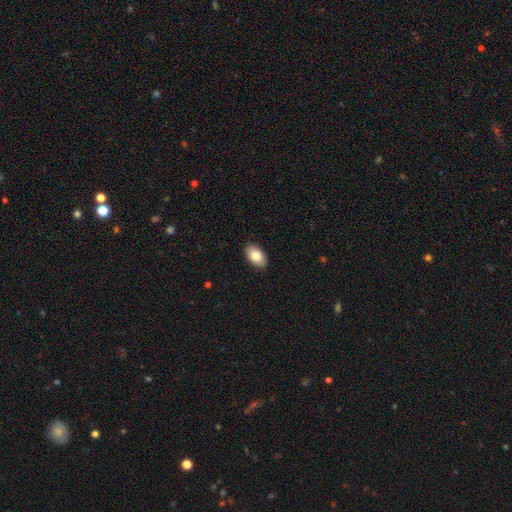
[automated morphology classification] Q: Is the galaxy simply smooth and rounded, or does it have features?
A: smooth — 83%.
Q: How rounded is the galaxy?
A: in between — 94%.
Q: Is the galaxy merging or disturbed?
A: none — 90%.